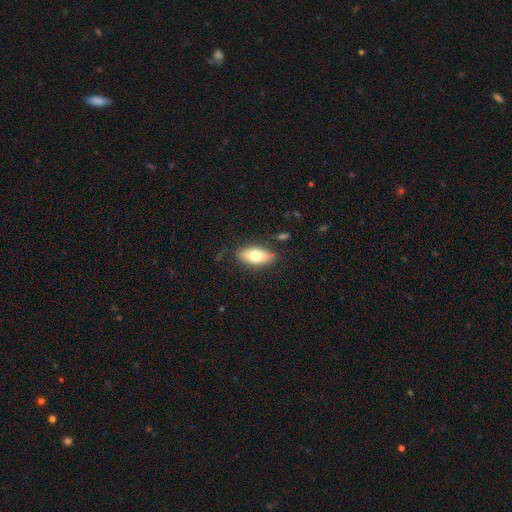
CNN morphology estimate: type=smooth (72%); roundness=in between (86%); merging=none (82%).